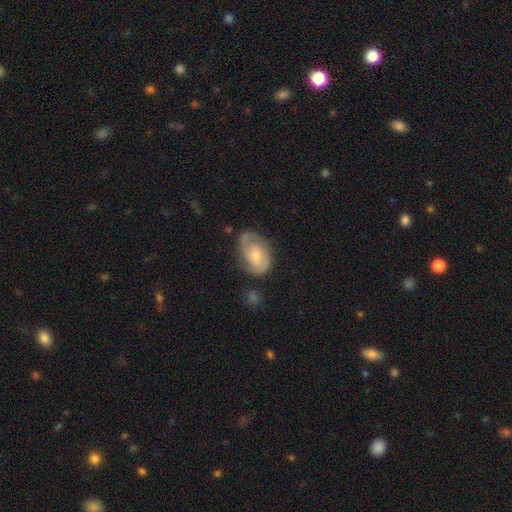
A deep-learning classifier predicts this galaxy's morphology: type=featured or disk (63%); edge-on=no (96%); bar=no (64%); spiral arms=yes (85%); winding=tight (44%); arm count=2 (59%); bulge=small (48%); merging=none (60%).